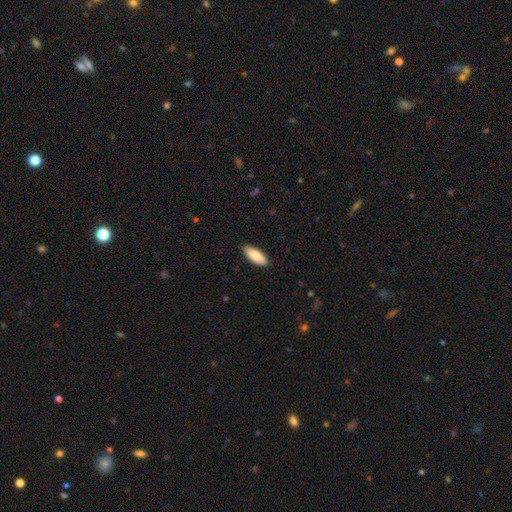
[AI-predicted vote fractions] smooth-or-featured: smooth: 85% | featured or disk: 9% | star or artifact: 5%
  how-rounded: in between: 78% | cigar-shaped: 20% | round: 2%
  merging: none: 89% | minor disturbance: 8% | major disturbance: 2% | merger: 1%